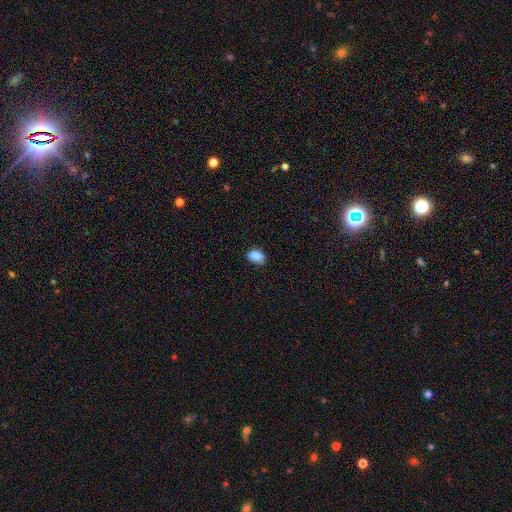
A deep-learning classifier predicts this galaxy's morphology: smooth-or-featured: smooth: 86% | star or artifact: 9% | featured or disk: 5%
  how-rounded: in between: 83% | round: 15% | cigar-shaped: 2%
  merging: none: 66% | minor disturbance: 26% | major disturbance: 5% | merger: 2%